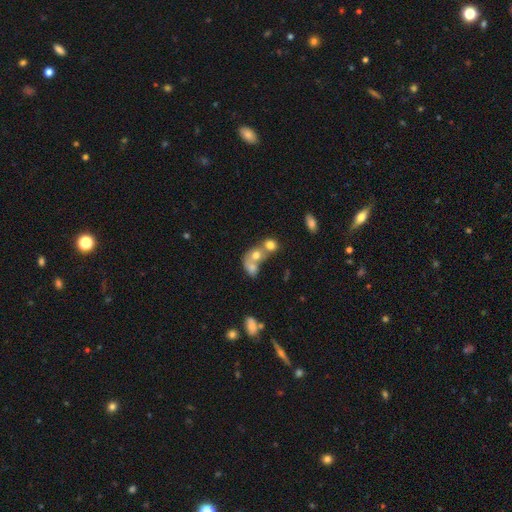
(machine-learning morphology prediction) A smooth galaxy with no disk features (65%) that is round (57%).

Vote fractions:
- Smooth or featured? smooth: 65% / featured or disk: 22% / star or artifact: 13%
- How rounded? round: 57% / in between: 41% / cigar-shaped: 2%
- Merging? merger: 67% / none: 20% / minor disturbance: 7% / major disturbance: 6%